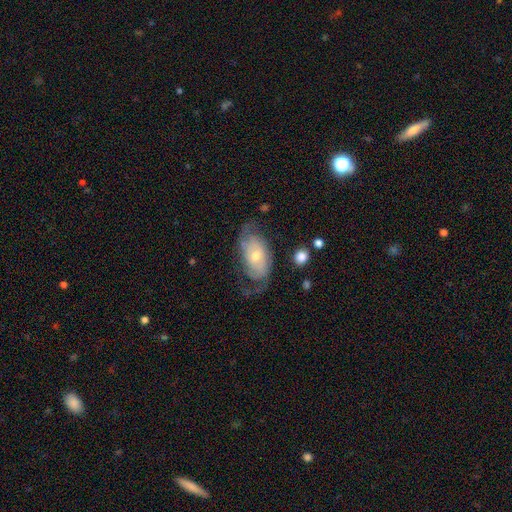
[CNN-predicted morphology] Smooth or featured? Predicted: featured or disk (p=0.74). Edge-on disk? Predicted: no (p=0.94). Bar? Predicted: no (p=0.66). Spiral arms? Predicted: yes (p=0.89). Spiral winding? Predicted: medium (p=0.39). Spiral arm count? Predicted: 2 (p=0.70). Bulge size? Predicted: small (p=0.52). Merging? Predicted: none (p=0.58).